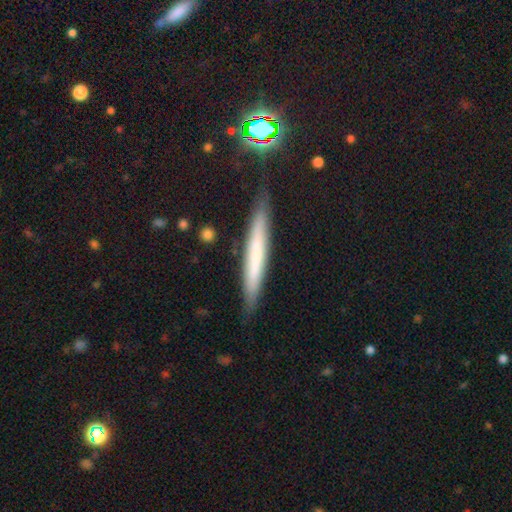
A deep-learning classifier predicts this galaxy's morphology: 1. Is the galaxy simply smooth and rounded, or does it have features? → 56% smooth, 35% featured or disk, 9% star or artifact.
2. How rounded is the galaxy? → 95% cigar-shaped, 3% in between, 1% round.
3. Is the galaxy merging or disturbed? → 87% none, 10% minor disturbance, 2% major disturbance, 1% merger.